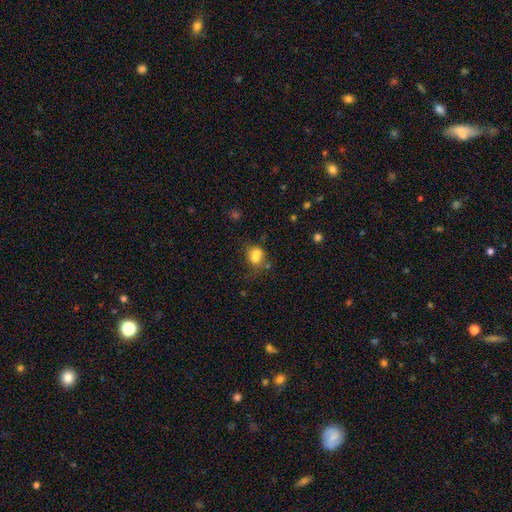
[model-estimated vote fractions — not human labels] A smooth galaxy with no disk features (70%) that is round (53%).

Vote fractions:
- Smooth or featured? smooth: 70% / featured or disk: 17% / star or artifact: 13%
- How rounded? round: 53% / in between: 46% / cigar-shaped: 1%
- Merging? merger: 45% / none: 34% / minor disturbance: 14% / major disturbance: 8%